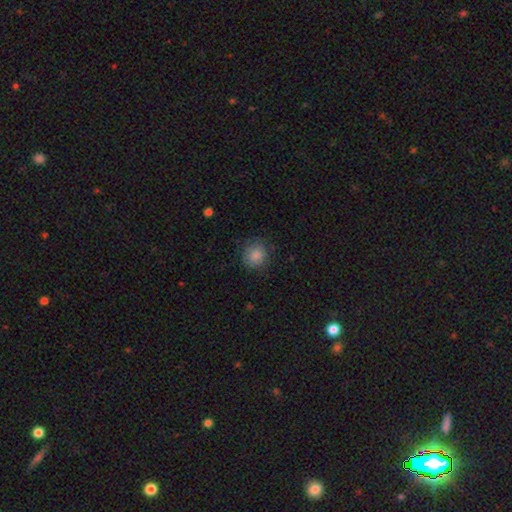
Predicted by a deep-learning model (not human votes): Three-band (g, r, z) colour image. It shows a smooth galaxy with no disk features (84%) that is round (85%). Merging: none (82%).